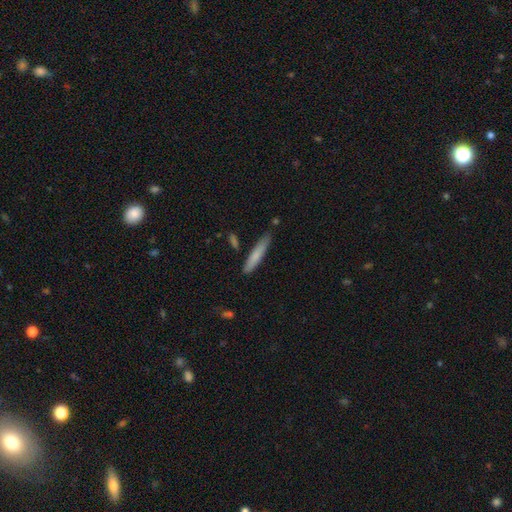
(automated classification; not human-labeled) A smooth galaxy with no disk features (76%) that is cigar-shaped (91%).

Vote fractions:
- Smooth or featured? smooth: 76% / featured or disk: 18% / star or artifact: 6%
- How rounded? cigar-shaped: 91% / in between: 7% / round: 1%
- Merging? none: 80% / minor disturbance: 14% / merger: 3% / major disturbance: 2%